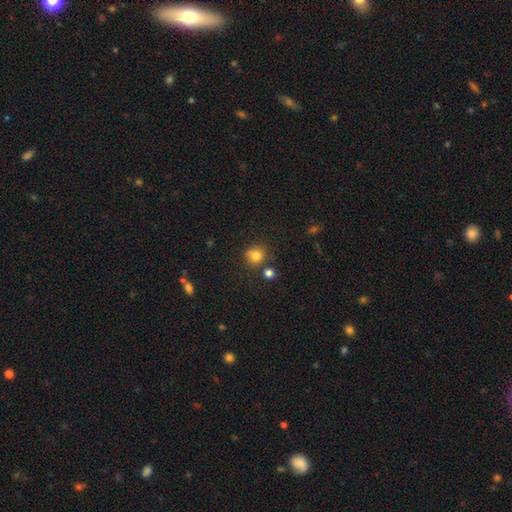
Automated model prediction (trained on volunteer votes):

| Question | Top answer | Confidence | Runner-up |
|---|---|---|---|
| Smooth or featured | smooth | 81% | star or artifact (12%) |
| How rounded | round | 83% | in between (16%) |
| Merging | none | 68% | minor disturbance (15%) |